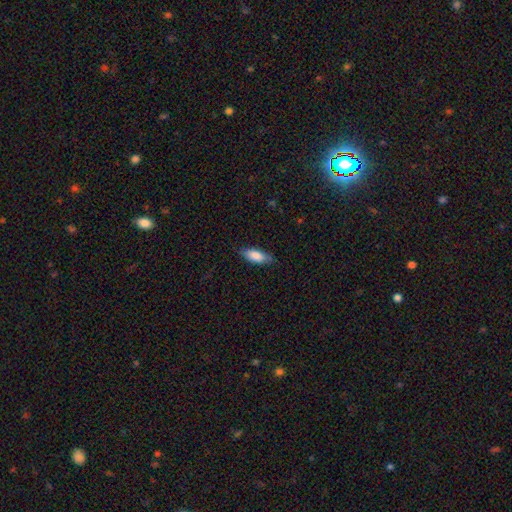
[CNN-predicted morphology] Q: Smooth or featured?
A: smooth (82%); runner-up: featured or disk (12%)
Q: How rounded?
A: in between (74%); runner-up: cigar-shaped (24%)
Q: Merging?
A: none (79%); runner-up: minor disturbance (17%)